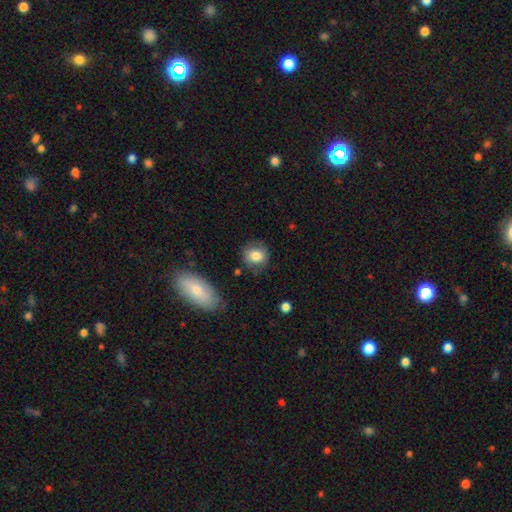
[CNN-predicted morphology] This appears to be a smooth galaxy with no disk features (79%) that is round (80%). Merging: none (76%).